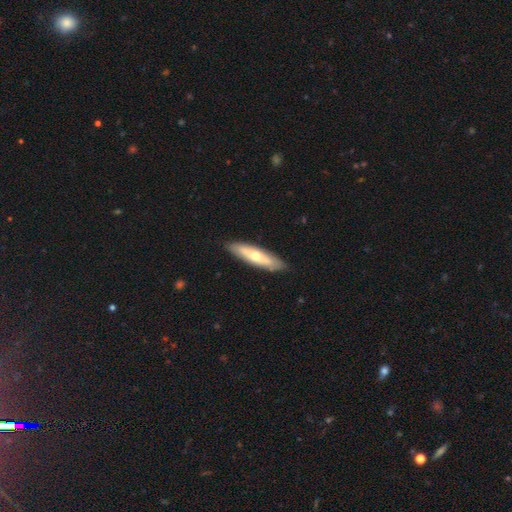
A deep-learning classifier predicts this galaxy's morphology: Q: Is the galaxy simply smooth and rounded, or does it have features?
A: smooth — 48%.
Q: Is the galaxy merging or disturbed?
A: none — 87%.